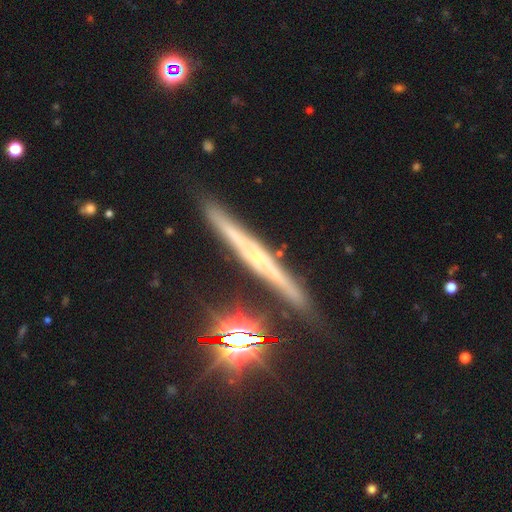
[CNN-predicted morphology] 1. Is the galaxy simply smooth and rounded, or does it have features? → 74% featured or disk, 14% smooth, 13% star or artifact.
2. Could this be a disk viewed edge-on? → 96% yes, 4% no.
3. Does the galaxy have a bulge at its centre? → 51% rounded, 41% none, 8% boxy.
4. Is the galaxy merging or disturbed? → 86% none, 10% minor disturbance, 2% merger, 2% major disturbance.